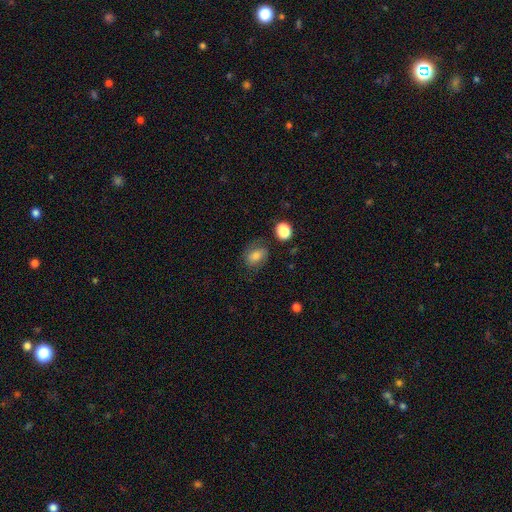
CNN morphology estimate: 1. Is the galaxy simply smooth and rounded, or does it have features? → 67% smooth, 22% featured or disk, 11% star or artifact.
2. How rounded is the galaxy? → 59% in between, 40% round, 1% cigar-shaped.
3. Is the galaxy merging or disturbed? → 66% none, 21% minor disturbance, 10% major disturbance, 3% merger.